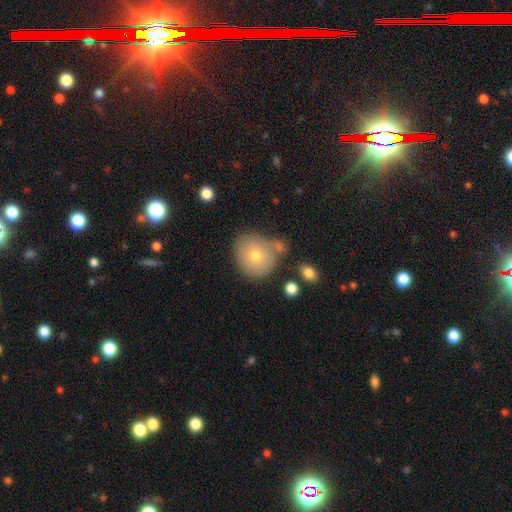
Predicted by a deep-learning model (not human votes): The model was most divided on "merging": none: 59%, merger: 18%, minor disturbance: 17%, major disturbance: 6%. More confident: how rounded — round (81%); smooth or featured — smooth (70%).